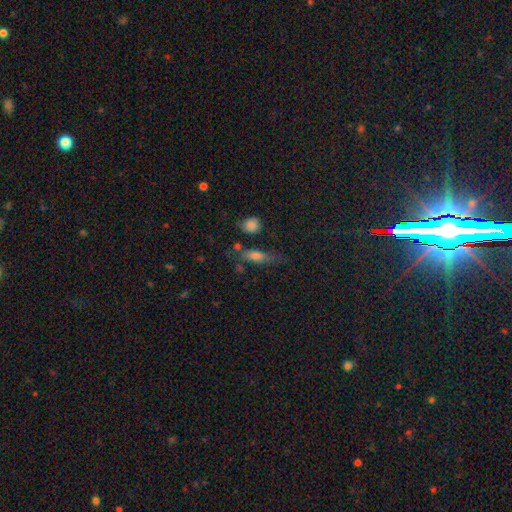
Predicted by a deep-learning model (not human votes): This appears to be a smooth galaxy with no disk features (63%) that is cigar-shaped (47%). Merging: none (53%).